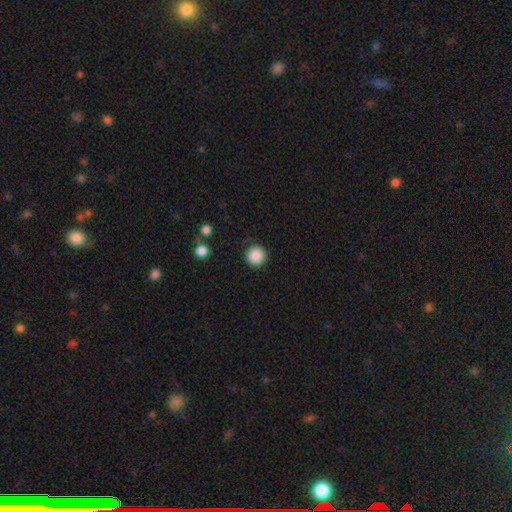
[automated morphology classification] Overall: smooth (87%). How rounded: round (96%). Merging: none (90%).